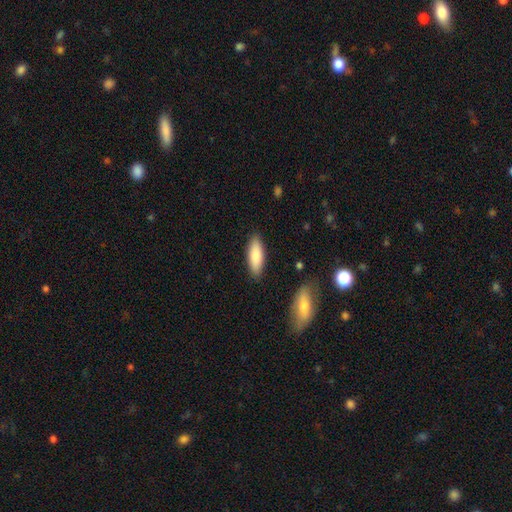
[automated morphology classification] Smooth or featured: smooth — 81% (featured or disk — 13%)
How rounded: in between — 62% (cigar-shaped — 36%)
Merging: none — 87% (minor disturbance — 9%)